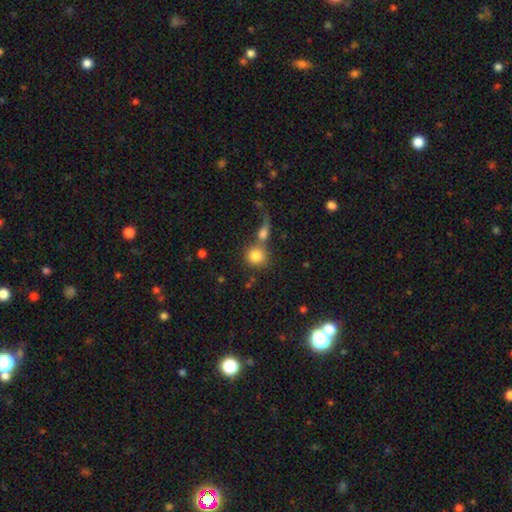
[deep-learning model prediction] Smooth or featured? smooth (81%)
How rounded? round (86%)
Merging? none (44%)